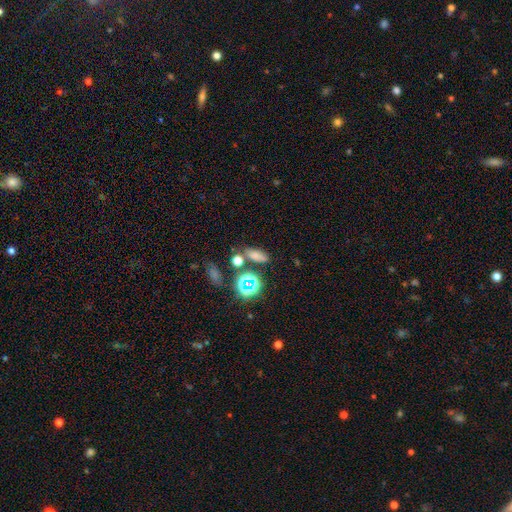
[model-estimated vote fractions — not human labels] The model was most divided on "smooth or featured": smooth: 68%, star or artifact: 23%, featured or disk: 8%. More confident: how rounded — in between (71%); merging — none (70%).